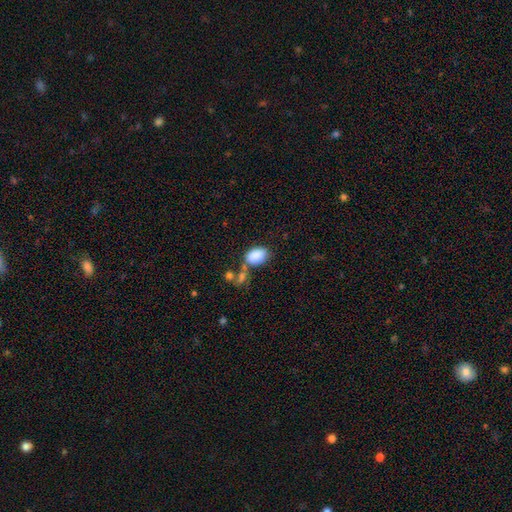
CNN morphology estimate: Q: Smooth or featured?
A: smooth (86%); runner-up: star or artifact (8%)
Q: How rounded?
A: in between (89%); runner-up: round (10%)
Q: Merging?
A: none (55%); runner-up: merger (19%)